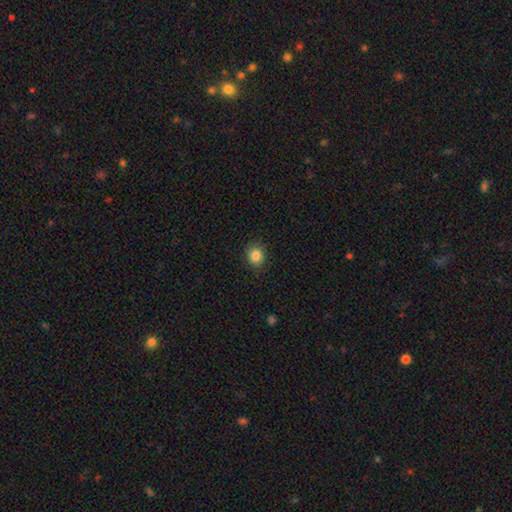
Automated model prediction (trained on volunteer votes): Smooth or featured?
  - smooth: 85% *
  - star or artifact: 11%
  - featured or disk: 5%
How rounded?
  - round: 77% *
  - in between: 22%
  - cigar-shaped: 1%
Merging?
  - none: 89% *
  - minor disturbance: 8%
  - major disturbance: 2%
  - merger: 1%